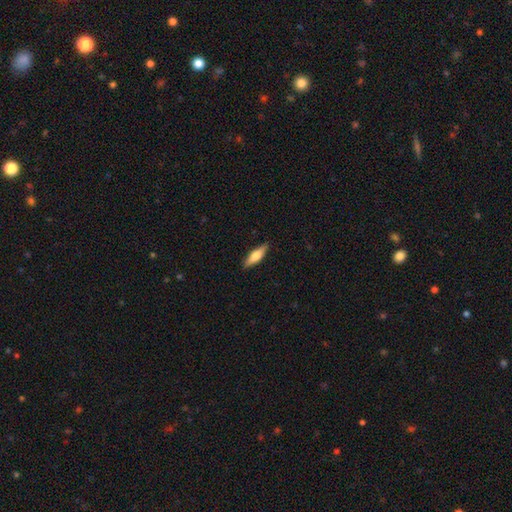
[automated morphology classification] smooth 56%, featured or disk 38%, star or artifact 6%. Down the decision tree: how rounded — cigar-shaped (57%); merging — none (88%).